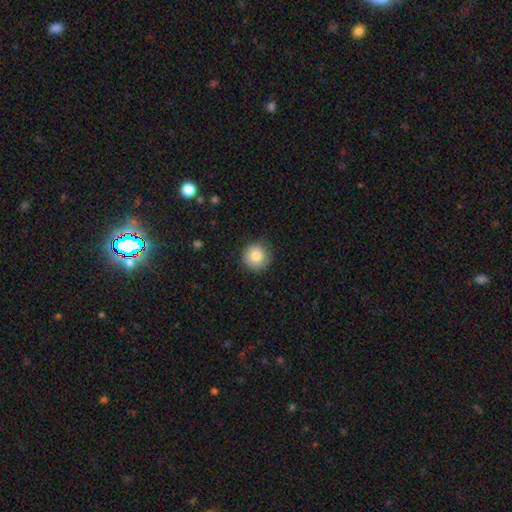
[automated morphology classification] smooth_or_featured: smooth (p=0.83) [alt: star or artifact p=0.09]
how_rounded: round (p=0.95) [alt: in between p=0.04]
merging: none (p=0.87) [alt: minor disturbance p=0.10]